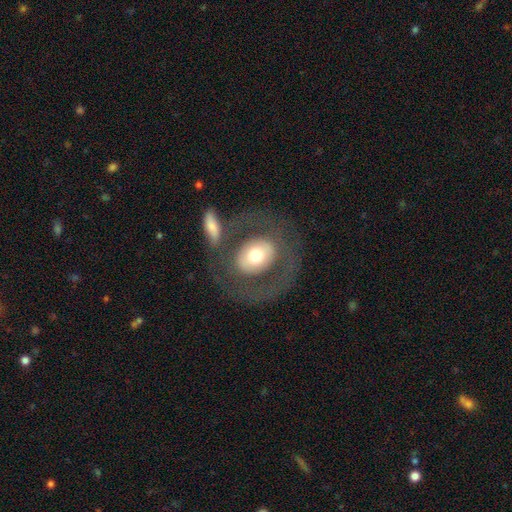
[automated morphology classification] Smooth or featured? Predicted: smooth (p=0.50). How rounded? Predicted: in between (p=0.50). Merging? Predicted: none (p=0.63).